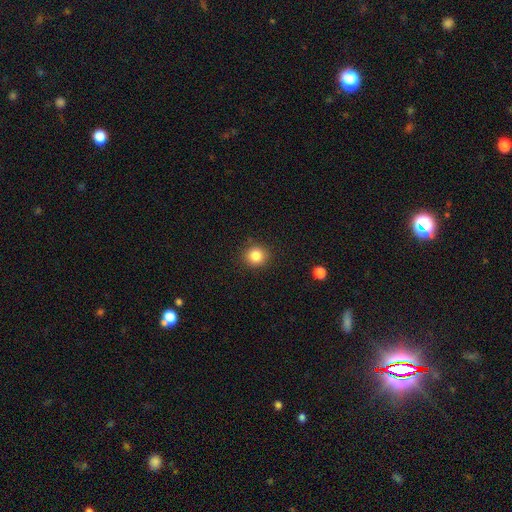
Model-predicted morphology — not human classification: Smooth or featured? Predicted: smooth (p=0.84). How rounded? Predicted: round (p=0.90). Merging? Predicted: none (p=0.90).